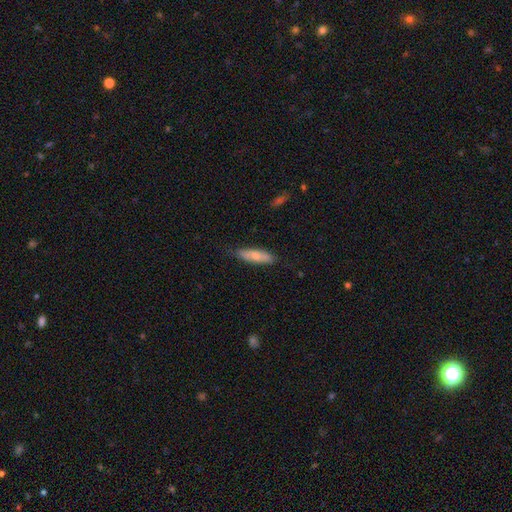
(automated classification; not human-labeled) A smooth galaxy with no disk features (69%) that is cigar-shaped (56%).

Vote fractions:
- Smooth or featured? smooth: 69% / featured or disk: 25% / star or artifact: 6%
- How rounded? cigar-shaped: 56% / in between: 42% / round: 2%
- Merging? none: 77% / minor disturbance: 18% / major disturbance: 3% / merger: 2%